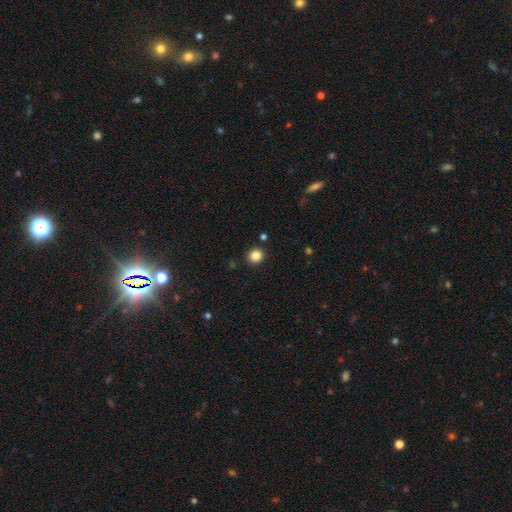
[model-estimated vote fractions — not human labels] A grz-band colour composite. It shows a smooth galaxy with no disk features (85%) that is round (91%). Merging: none (90%).